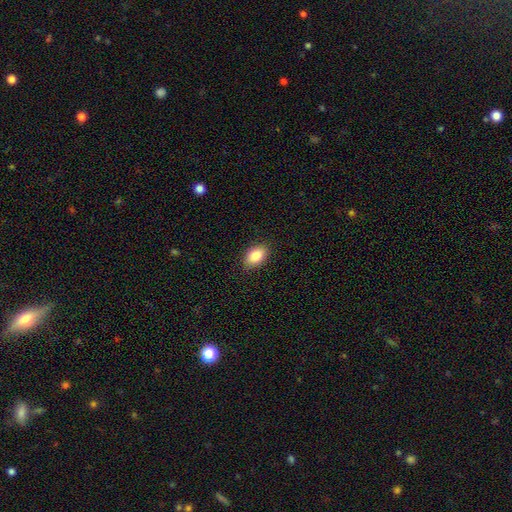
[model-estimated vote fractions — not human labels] A smooth galaxy with no disk features (85%) that is in between round and cigar-shaped (87%). Merging: none (88%).